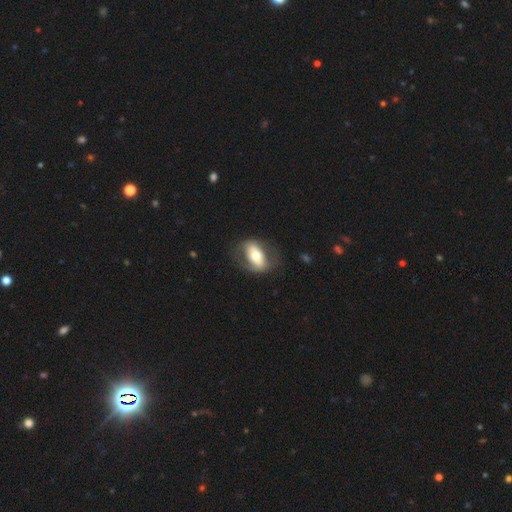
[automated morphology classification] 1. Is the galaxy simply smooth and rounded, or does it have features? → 49% smooth, 45% featured or disk, 6% star or artifact.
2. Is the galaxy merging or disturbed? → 69% none, 18% minor disturbance, 12% major disturbance, 2% merger.